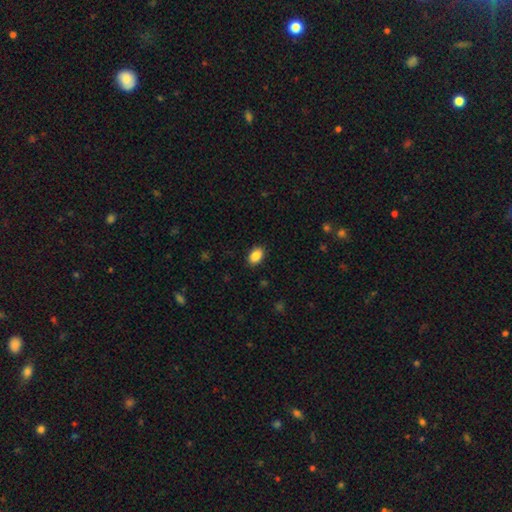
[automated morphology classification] The model was most divided on "how rounded": in between: 85%, round: 14%, cigar-shaped: 1%. More confident: merging — none (89%); smooth or featured — smooth (88%).